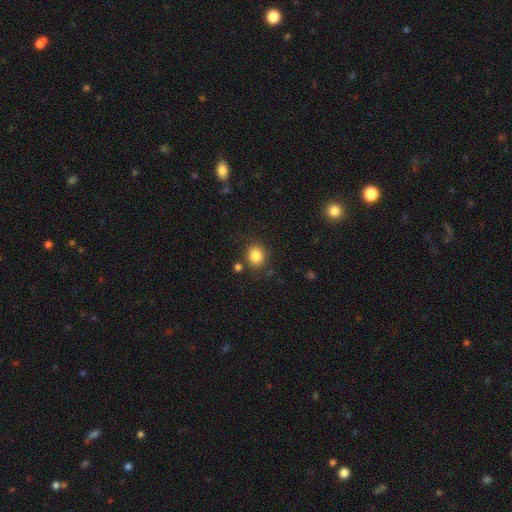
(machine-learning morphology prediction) smooth_or_featured: smooth (p=0.84) [alt: star or artifact p=0.10]
how_rounded: round (p=0.72) [alt: in between p=0.27]
merging: none (p=0.81) [alt: minor disturbance p=0.10]